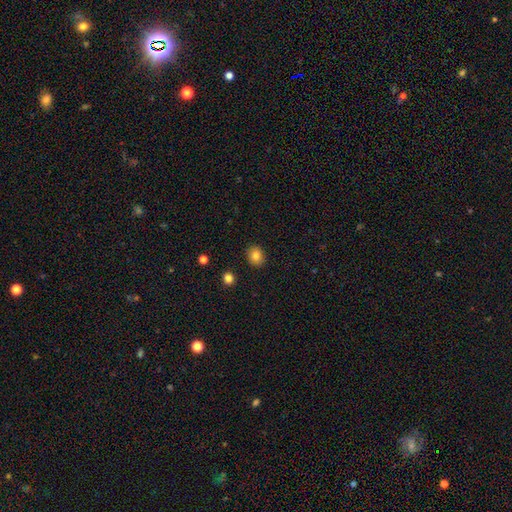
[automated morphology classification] smooth_or_featured: smooth (p=0.83) [alt: star or artifact p=0.10]
how_rounded: round (p=0.60) [alt: in between p=0.39]
merging: none (p=0.90) [alt: minor disturbance p=0.07]